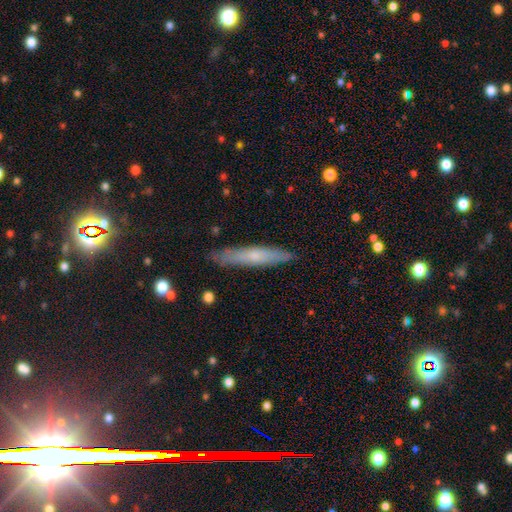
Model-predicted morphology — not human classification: A smooth galaxy with no disk features (56%) that is cigar-shaped (91%).

Vote fractions:
- Smooth or featured? smooth: 56% / featured or disk: 37% / star or artifact: 6%
- How rounded? cigar-shaped: 91% / in between: 7% / round: 1%
- Merging? none: 86% / minor disturbance: 11% / major disturbance: 2% / merger: 1%